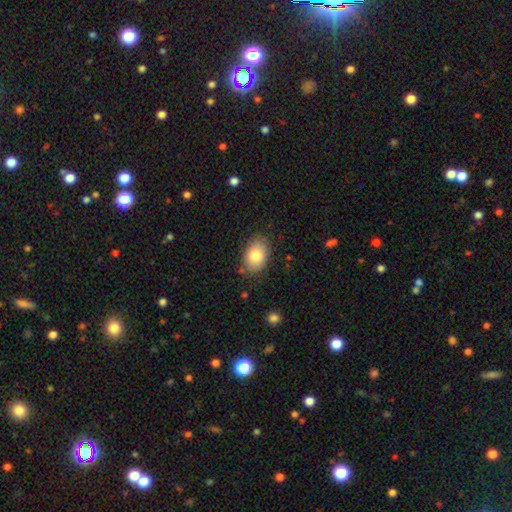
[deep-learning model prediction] This is clearly a smooth galaxy (81%). How rounded: clearly in between (84%). Merging: likely none (80%).